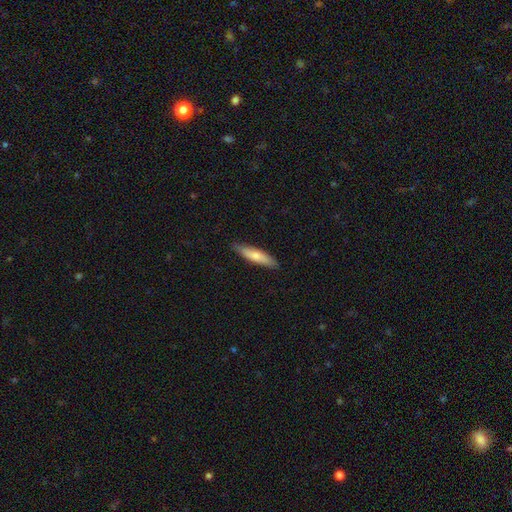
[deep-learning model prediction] Morphology: type=smooth (71%); roundness=cigar-shaped (76%); merging=none (86%).